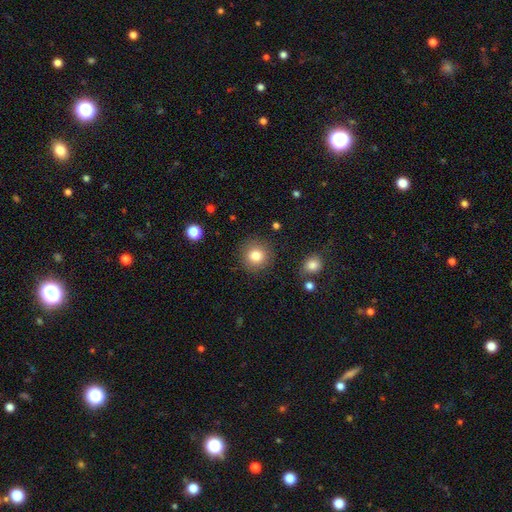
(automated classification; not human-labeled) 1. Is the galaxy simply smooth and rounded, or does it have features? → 81% smooth, 11% star or artifact, 8% featured or disk.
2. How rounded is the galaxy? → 93% round, 6% in between, 1% cigar-shaped.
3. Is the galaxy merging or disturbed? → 88% none, 7% minor disturbance, 3% major disturbance, 2% merger.